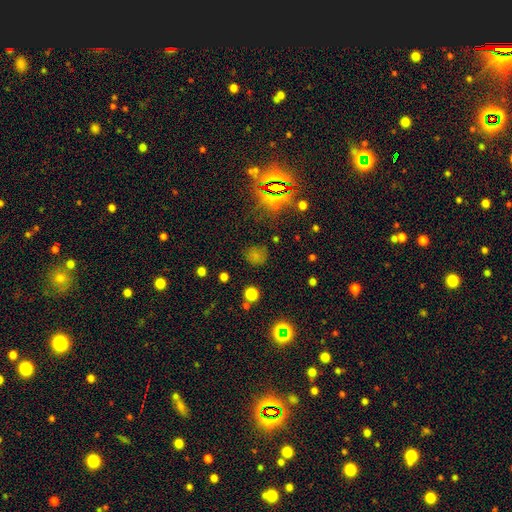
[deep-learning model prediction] Q: Smooth or featured?
A: smooth (59%); runner-up: star or artifact (34%)
Q: How rounded?
A: round (81%); runner-up: in between (17%)
Q: Merging?
A: none (78%); runner-up: minor disturbance (14%)